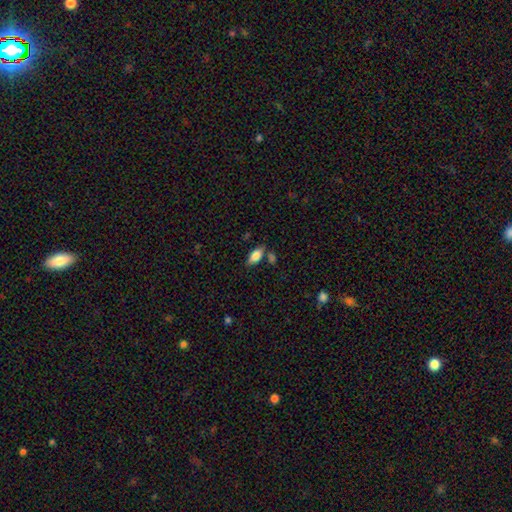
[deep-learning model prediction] Overall: smooth (80%). How rounded: in between (88%). Merging: none (73%).